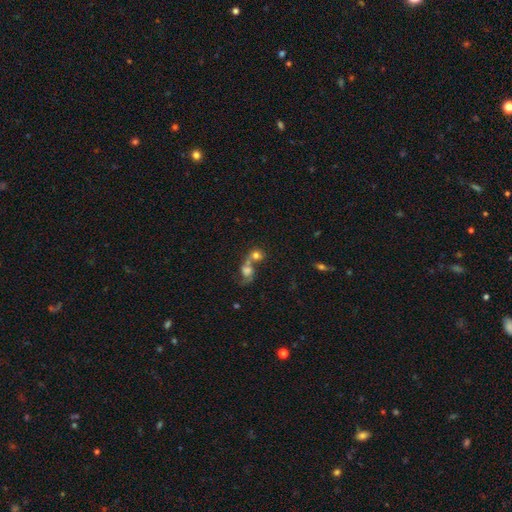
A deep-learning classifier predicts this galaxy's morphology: Overall: smooth (65%). How rounded: round (71%). Merging: merger (65%).